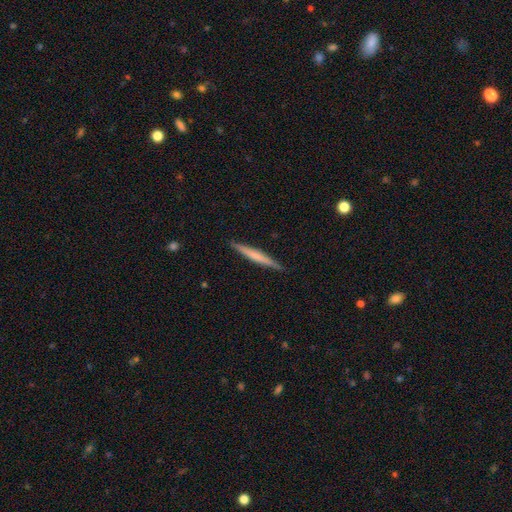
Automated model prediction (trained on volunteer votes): Smooth or featured: smooth — 49% (featured or disk — 46%)
Merging: none — 91% (minor disturbance — 7%)